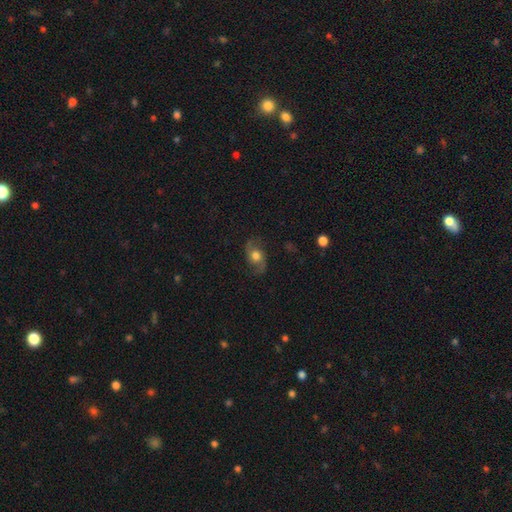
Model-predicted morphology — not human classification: This appears to be a featured or disk galaxy (58%) with no bar (74%), spiral arms (86%) and a moderate central bulge (48%). Merging: none (77%).